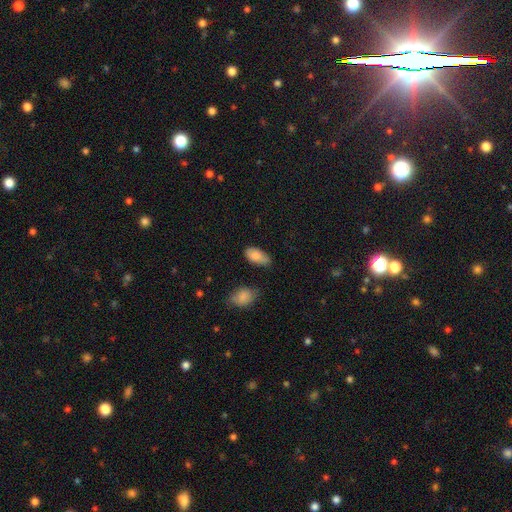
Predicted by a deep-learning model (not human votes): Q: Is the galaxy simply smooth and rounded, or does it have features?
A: smooth — 82%.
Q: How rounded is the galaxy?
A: in between — 93%.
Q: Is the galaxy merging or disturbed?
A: none — 61%.